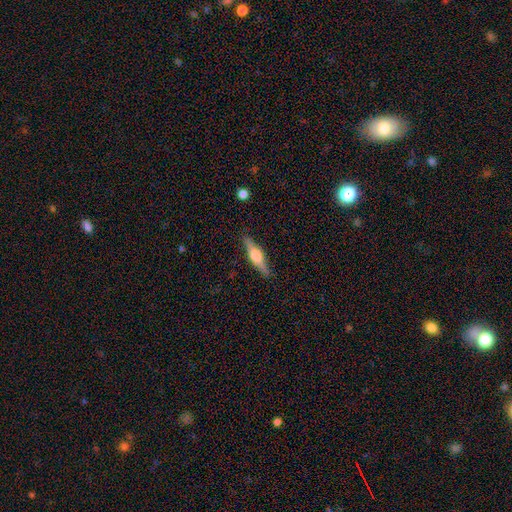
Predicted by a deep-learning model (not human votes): Q: Smooth or featured?
A: featured or disk (65%); runner-up: smooth (29%)
Q: Edge-on disk?
A: yes (97%); runner-up: no (3%)
Q: Edge-on bulge?
A: rounded (88%); runner-up: boxy (10%)
Q: Merging?
A: none (89%); runner-up: minor disturbance (8%)